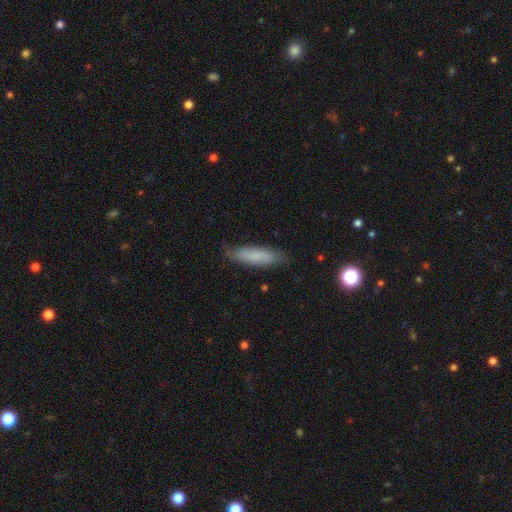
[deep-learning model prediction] Smooth or featured? Predicted: smooth (p=0.77). How rounded? Predicted: cigar-shaped (p=0.63). Merging? Predicted: none (p=0.79).